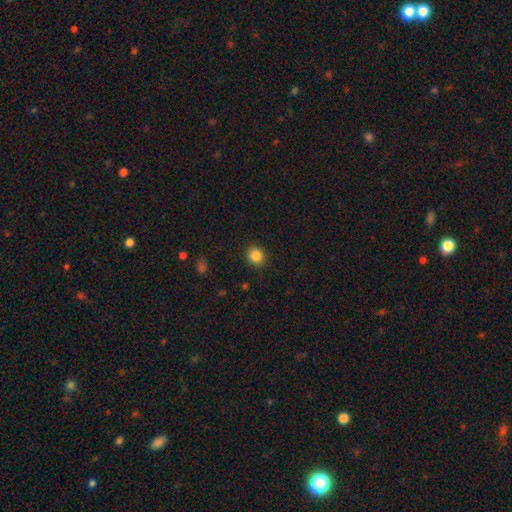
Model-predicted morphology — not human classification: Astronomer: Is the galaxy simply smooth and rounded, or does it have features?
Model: smooth — 86%.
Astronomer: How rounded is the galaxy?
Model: round — 79%.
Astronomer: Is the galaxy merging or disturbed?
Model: none — 90%.